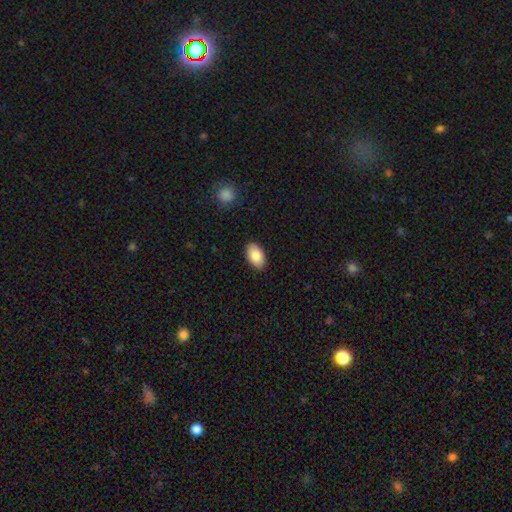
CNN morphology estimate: The model was most divided on "smooth or featured": smooth: 85%, featured or disk: 9%, star or artifact: 7%. More confident: how rounded — in between (93%); merging — none (89%).